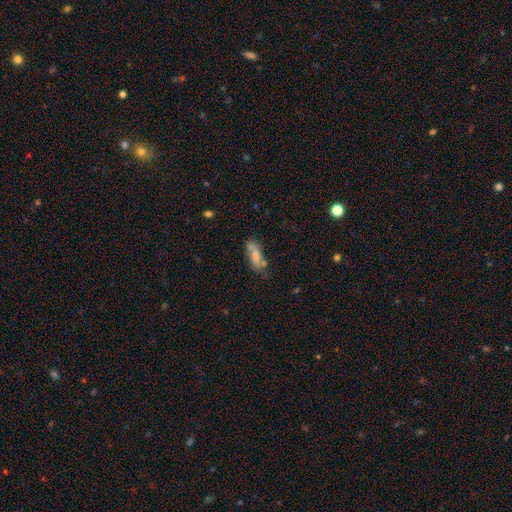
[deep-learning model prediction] The model was most divided on "merging": none: 54%, minor disturbance: 22%, merger: 17%, major disturbance: 7%. More confident: how rounded — in between (64%); smooth or featured — smooth (64%).